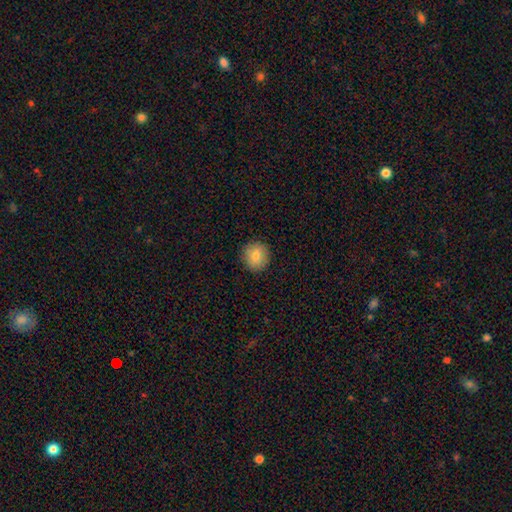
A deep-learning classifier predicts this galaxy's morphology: Smooth or featured? Predicted: smooth (p=0.82). How rounded? Predicted: round (p=0.89). Merging? Predicted: none (p=0.91).